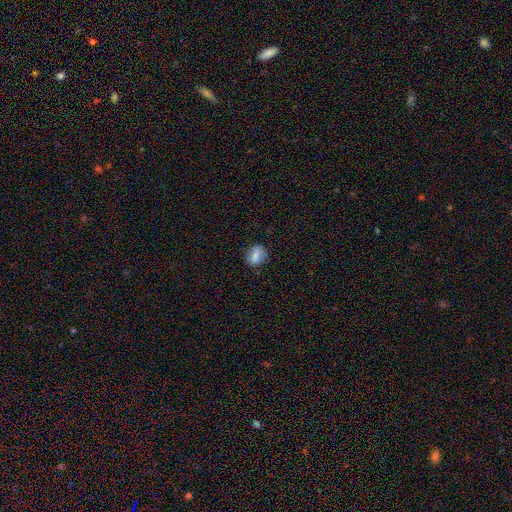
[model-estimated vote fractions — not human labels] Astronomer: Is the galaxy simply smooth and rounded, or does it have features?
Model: smooth — 80%.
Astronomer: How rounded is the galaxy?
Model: in between — 52% (runner-up: round, 46%).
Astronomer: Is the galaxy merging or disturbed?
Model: none — 75%.